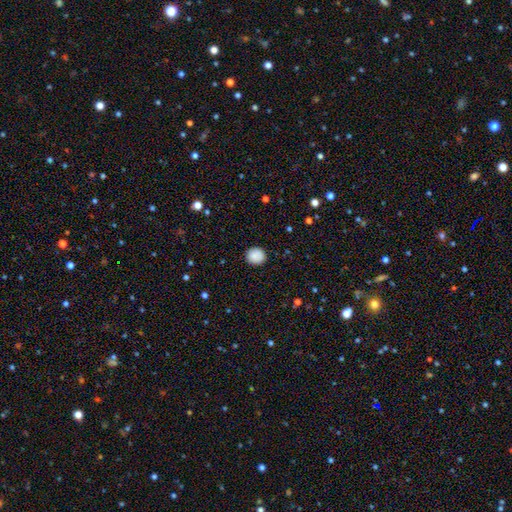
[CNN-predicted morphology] This is clearly a smooth galaxy (87%). How rounded: clearly round (87%). Merging: clearly none (90%).